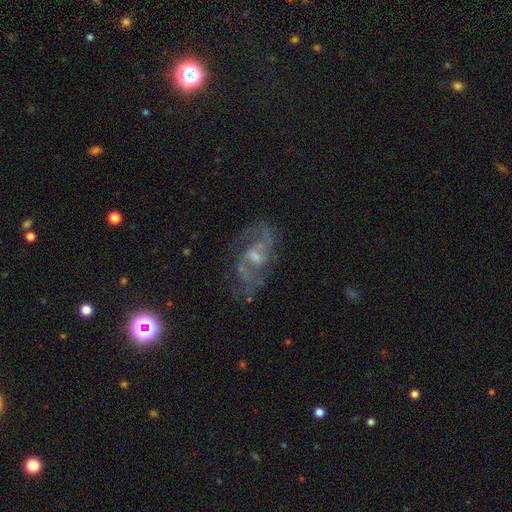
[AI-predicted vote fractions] Smooth or featured: featured or disk — 84% (star or artifact — 8%)
Edge-on disk: no — 96% (yes — 4%)
Bar: weak — 58% (no — 29%)
Spiral arms: yes — 93% (no — 7%)
Spiral winding: medium — 47% (loose — 40%)
Spiral arm count: 2 — 81% (can't tell — 9%)
Bulge size: small — 50% (moderate — 34%)
Merging: none — 65% (minor disturbance — 18%)